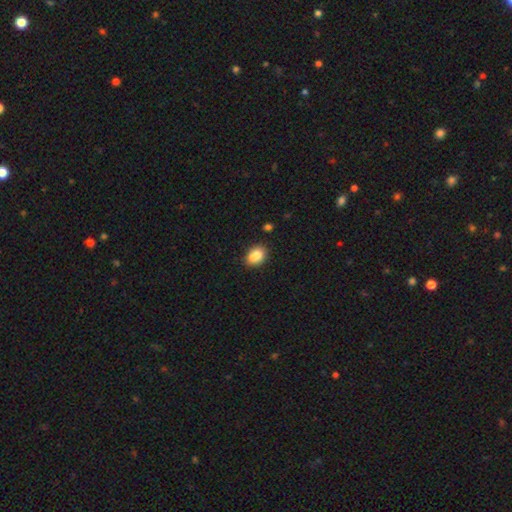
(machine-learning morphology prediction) Overall: smooth (77%). How rounded: in between (62%; round 37%). Merging: none (48%; merger 34%).